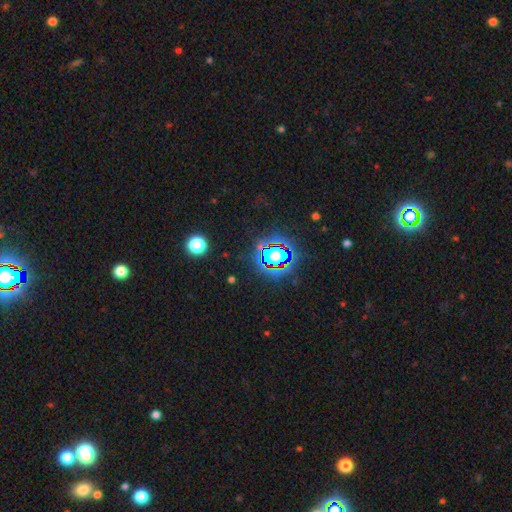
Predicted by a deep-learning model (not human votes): Q: Smooth or featured?
A: star or artifact (80%); runner-up: smooth (12%)